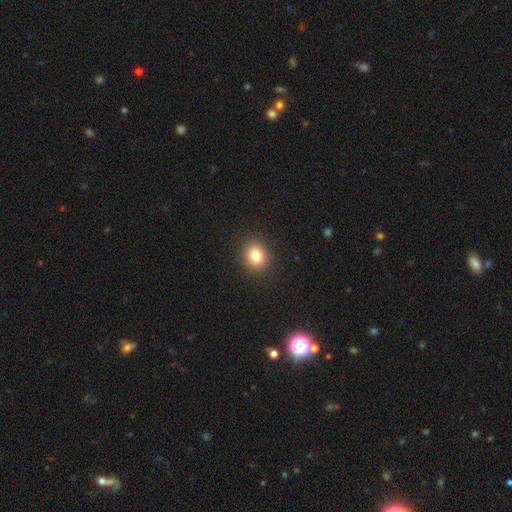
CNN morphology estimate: A smooth galaxy with no disk features (81%) that is round (68%).

Vote fractions:
- Smooth or featured? smooth: 81% / star or artifact: 11% / featured or disk: 8%
- How rounded? round: 68% / in between: 31% / cigar-shaped: 1%
- Merging? none: 90% / minor disturbance: 6% / major disturbance: 2% / merger: 1%